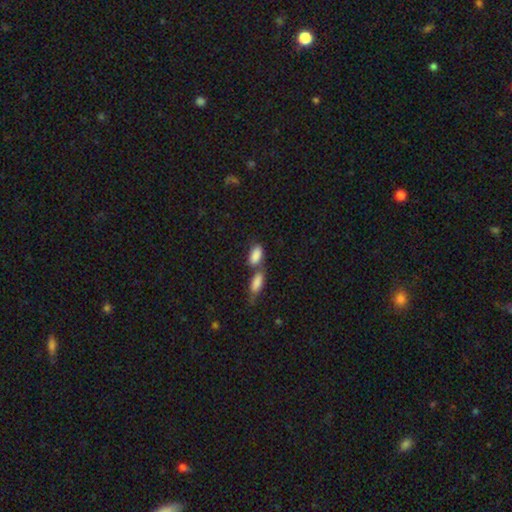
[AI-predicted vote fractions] This appears to be a smooth galaxy with no disk features (86%) that is in between round and cigar-shaped (89%). Merging: merger (53%).